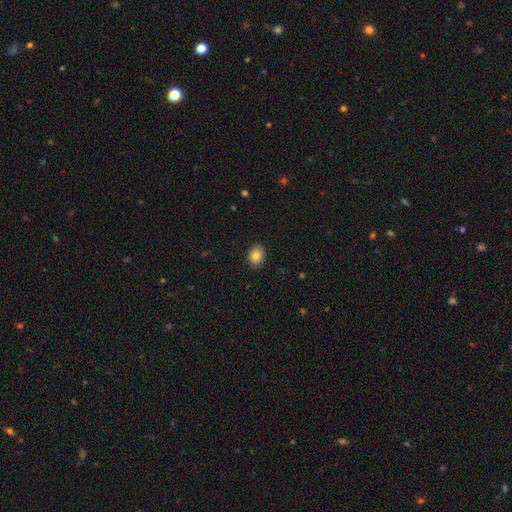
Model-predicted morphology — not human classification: smooth-or-featured: smooth: 86% | star or artifact: 9% | featured or disk: 6%
  how-rounded: in between: 64% | round: 35% | cigar-shaped: 1%
  merging: none: 87% | minor disturbance: 10% | major disturbance: 2% | merger: 1%